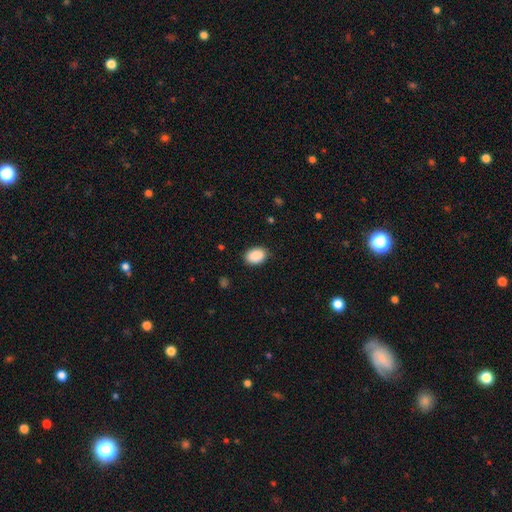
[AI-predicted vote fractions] smooth_or_featured: smooth (p=0.90) [alt: star or artifact p=0.07]
how_rounded: in between (p=0.79) [alt: round p=0.20]
merging: none (p=0.87) [alt: minor disturbance p=0.10]